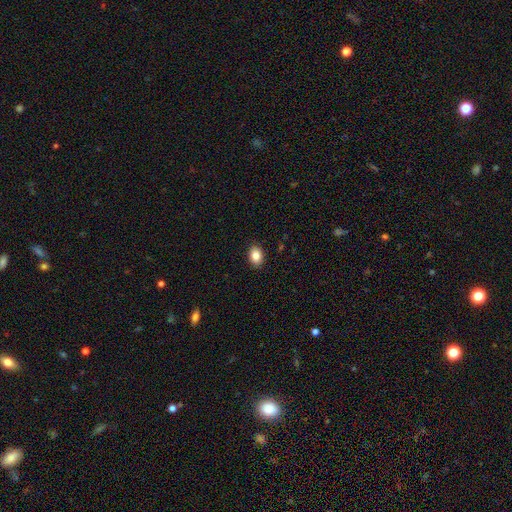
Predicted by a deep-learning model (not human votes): A smooth galaxy with no disk features (86%) that is in between round and cigar-shaped (78%). Merging: none (89%).